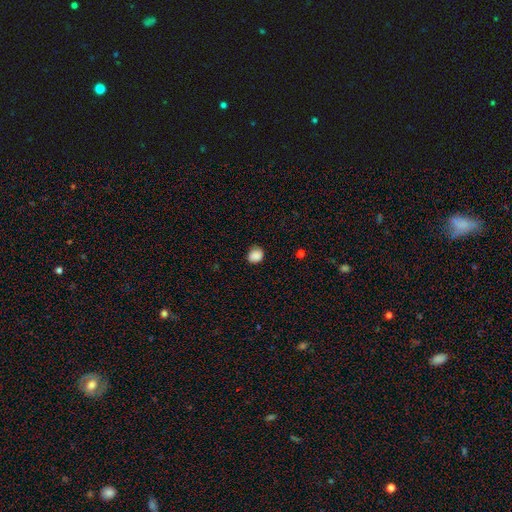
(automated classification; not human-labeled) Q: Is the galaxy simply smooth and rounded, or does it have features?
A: smooth — 88%.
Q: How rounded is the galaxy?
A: round — 73%.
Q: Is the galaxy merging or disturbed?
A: none — 82%.